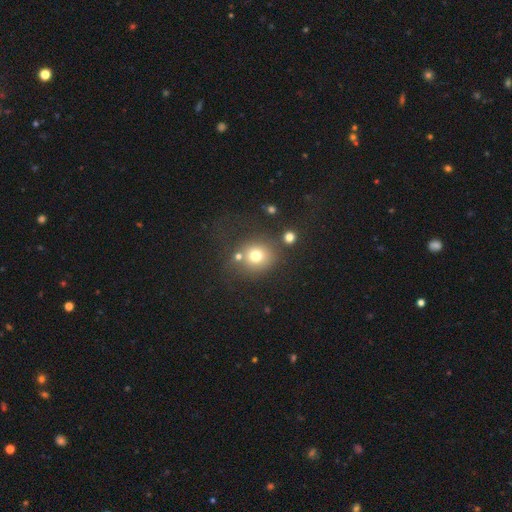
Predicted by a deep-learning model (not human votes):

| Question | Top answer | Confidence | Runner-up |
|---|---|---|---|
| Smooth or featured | smooth | 73% | star or artifact (15%) |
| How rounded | round | 84% | in between (16%) |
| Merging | none | 63% | merger (14%) |